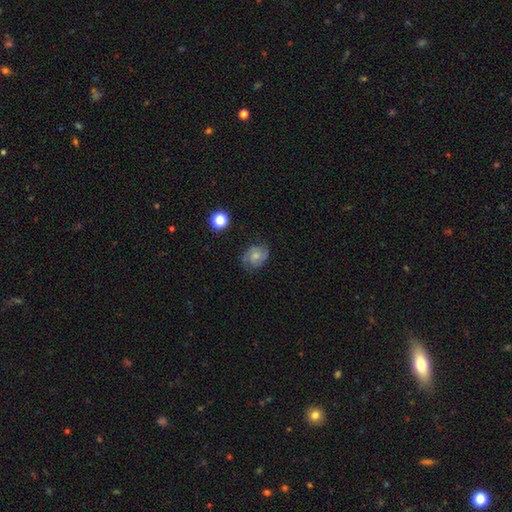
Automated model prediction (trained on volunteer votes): smooth_or_featured: featured or disk (p=0.52) [alt: smooth p=0.38]
disk_edge_on: no (p=0.98) [alt: yes p=0.02]
bar: no (p=0.73) [alt: weak p=0.23]
has_spiral_arms: yes (p=0.87) [alt: no p=0.13]
bulge_size: small (p=0.49) [alt: moderate p=0.39]
merging: none (p=0.70) [alt: minor disturbance p=0.21]